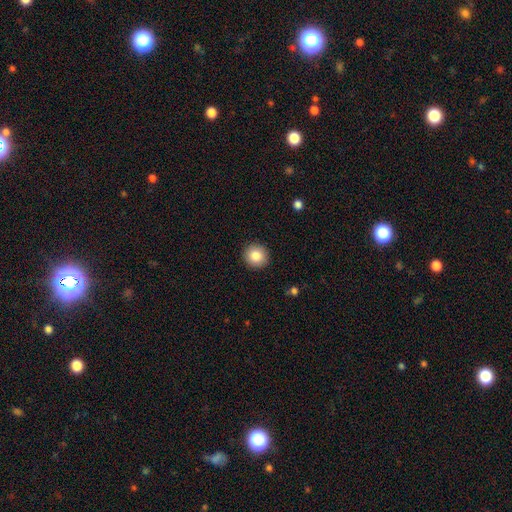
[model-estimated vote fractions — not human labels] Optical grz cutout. It shows a smooth galaxy with no disk features (85%) that is round (91%). Merging: none (92%).